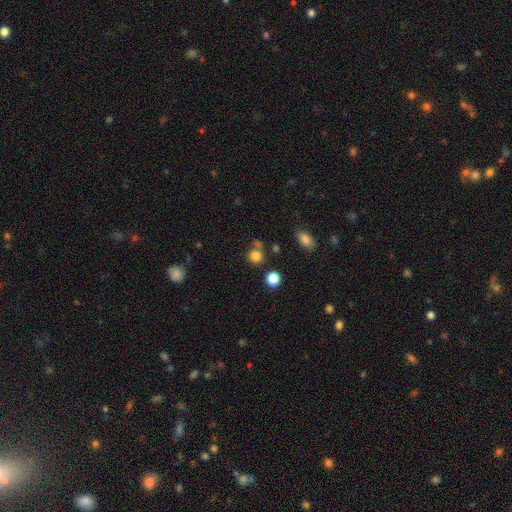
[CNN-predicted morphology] Smooth or featured? Predicted: smooth (p=0.80). How rounded? Predicted: round (p=0.86). Merging? Predicted: none (p=0.69).